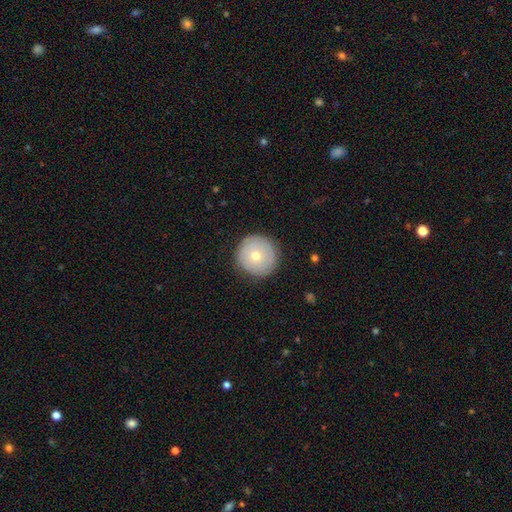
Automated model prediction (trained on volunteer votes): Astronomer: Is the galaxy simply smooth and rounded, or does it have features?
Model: smooth — 62%.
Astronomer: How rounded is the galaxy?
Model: round — 96%.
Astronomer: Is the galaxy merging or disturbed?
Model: none — 88%.